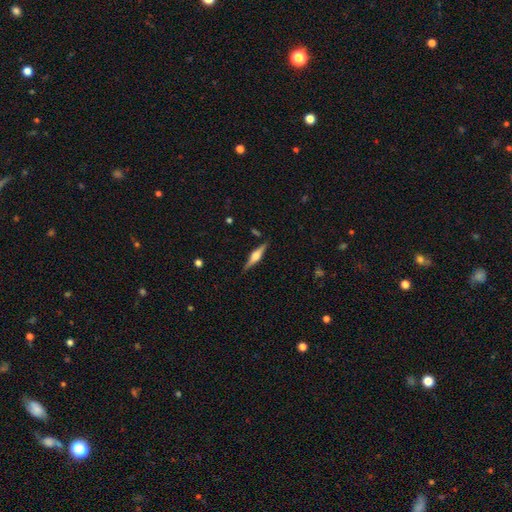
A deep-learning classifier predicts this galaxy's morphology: A featured or disk galaxy (71%) viewed edge-on (98%) with a rounded central bulge (86%). Merging: none (88%).